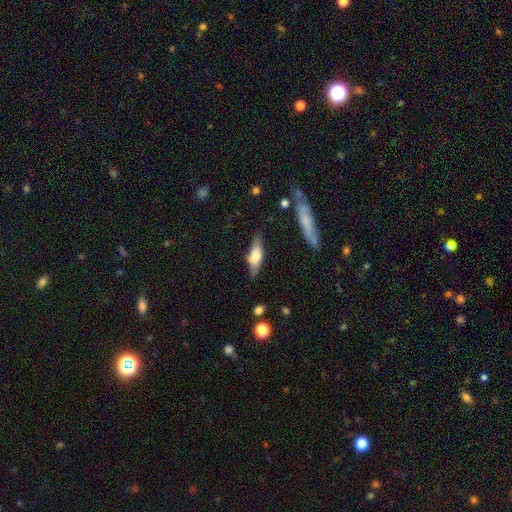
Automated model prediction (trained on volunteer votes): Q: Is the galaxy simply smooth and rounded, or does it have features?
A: smooth — 59%.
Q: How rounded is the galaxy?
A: in between — 56%.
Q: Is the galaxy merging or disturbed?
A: none — 78%.